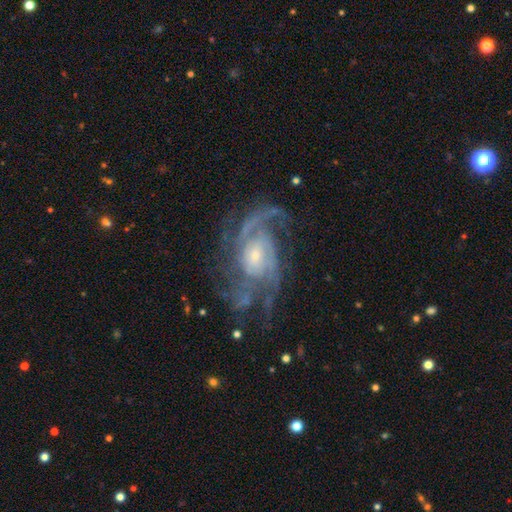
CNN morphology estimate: A featured or disk galaxy (90%) with no bar (62%), 2 (28%) medium (47%) spiral arms (97%) and a small central bulge (53%). Merging: none (63%).